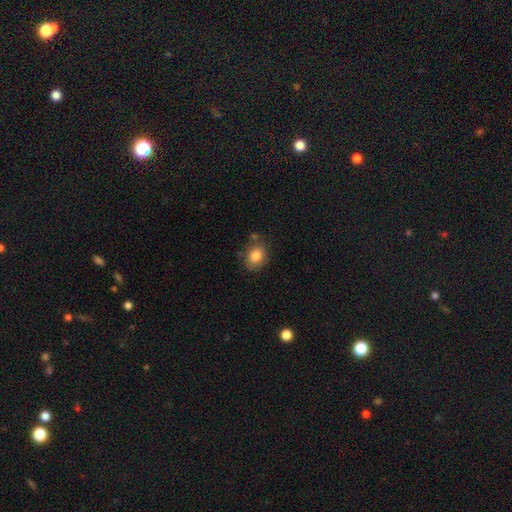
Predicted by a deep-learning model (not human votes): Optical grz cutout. It shows a smooth galaxy with no disk features (85%) that is in between round and cigar-shaped (54%). Merging: none (73%).